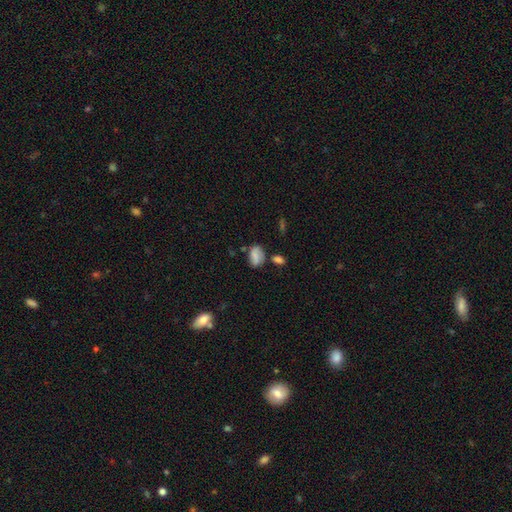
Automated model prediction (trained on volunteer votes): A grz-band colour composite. It shows a smooth galaxy with no disk features (67%) that is in between round and cigar-shaped (82%). Merging: none (57%).